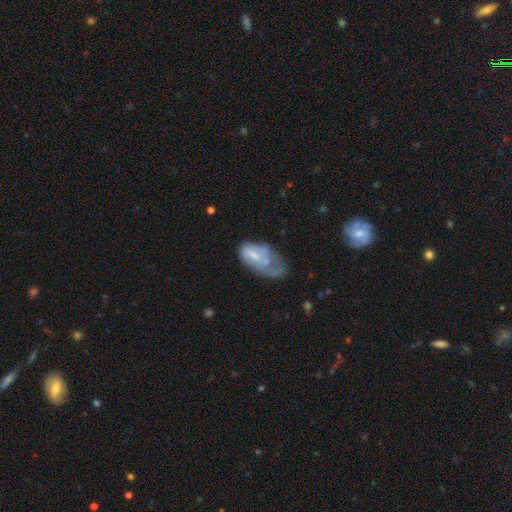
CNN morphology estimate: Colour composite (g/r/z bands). It shows a smooth galaxy with no disk features (48%). Merging: major disturbance (38%).